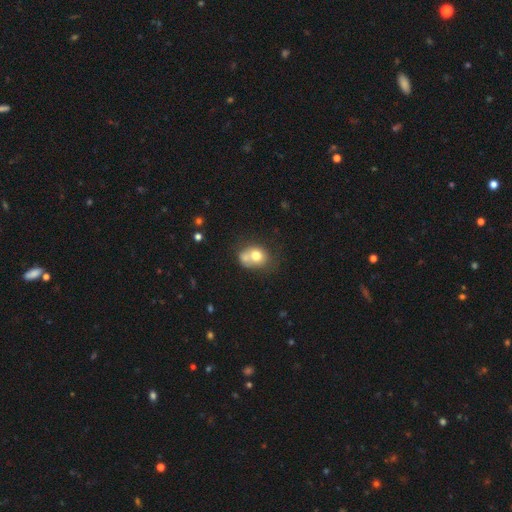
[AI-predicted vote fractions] smooth-or-featured: smooth: 70% | featured or disk: 21% | star or artifact: 10%
  how-rounded: round: 56% | in between: 44% | cigar-shaped: 1%
  merging: merger: 50% | none: 29% | minor disturbance: 13% | major disturbance: 8%